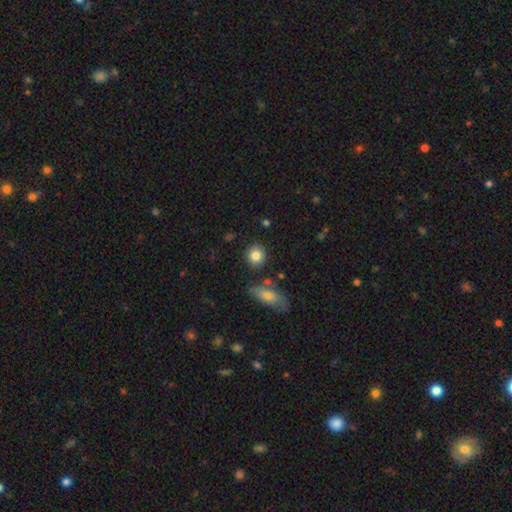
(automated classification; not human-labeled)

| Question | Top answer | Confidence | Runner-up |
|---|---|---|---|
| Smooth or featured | smooth | 84% | star or artifact (9%) |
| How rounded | round | 87% | in between (12%) |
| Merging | none | 84% | minor disturbance (8%) |